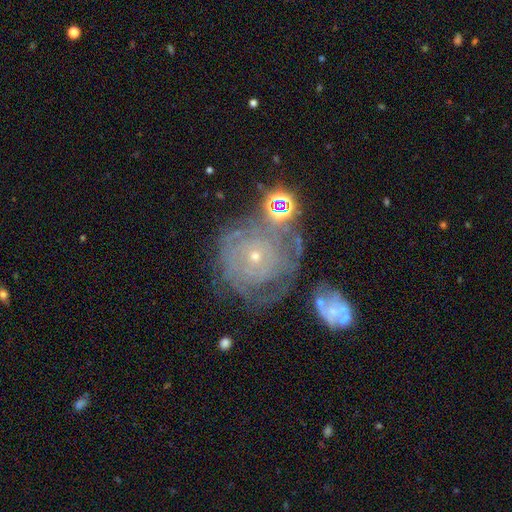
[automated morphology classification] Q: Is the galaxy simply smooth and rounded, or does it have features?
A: featured or disk — 74%.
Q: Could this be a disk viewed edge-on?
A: no — 97%.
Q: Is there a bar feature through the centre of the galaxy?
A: no — 84%.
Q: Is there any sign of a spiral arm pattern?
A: yes — 85%.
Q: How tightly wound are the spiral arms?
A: tight — 79%.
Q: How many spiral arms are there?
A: can't tell — 50%.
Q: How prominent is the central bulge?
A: small — 80%.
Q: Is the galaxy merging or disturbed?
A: none — 54%.